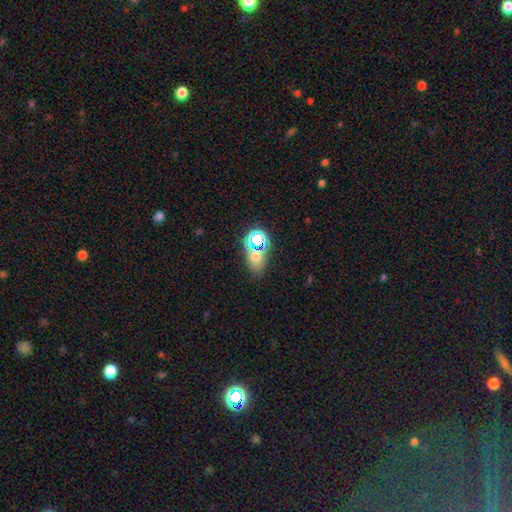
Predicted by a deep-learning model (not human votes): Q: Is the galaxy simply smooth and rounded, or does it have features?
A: smooth — 56%.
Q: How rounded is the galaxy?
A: in between — 71%.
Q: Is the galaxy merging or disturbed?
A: none — 65%.